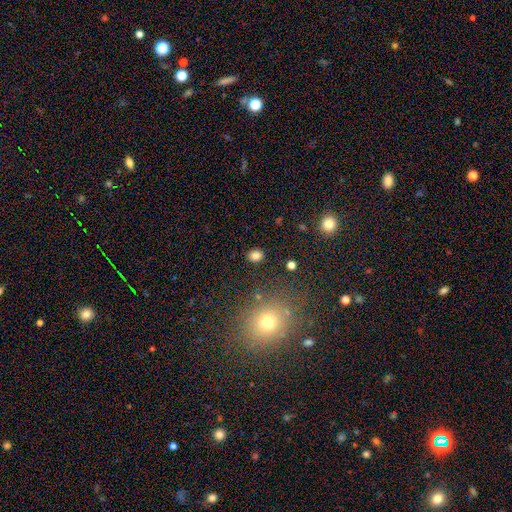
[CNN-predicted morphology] Smooth or featured?
  - smooth: 82% *
  - star or artifact: 12%
  - featured or disk: 6%
How rounded?
  - round: 53% *
  - in between: 46%
  - cigar-shaped: 1%
Merging?
  - none: 87% *
  - minor disturbance: 8%
  - major disturbance: 3%
  - merger: 2%